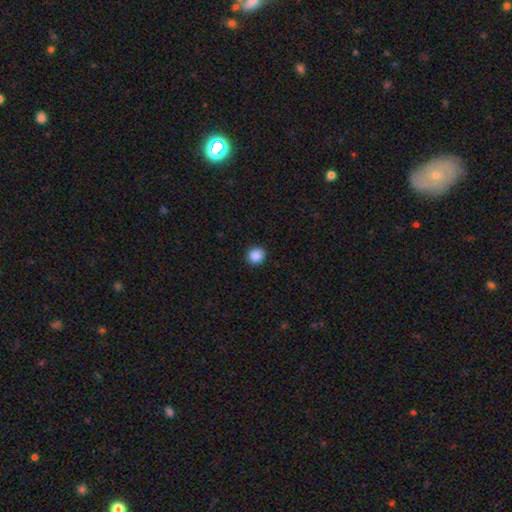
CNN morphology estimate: Smooth or featured? smooth (88%)
How rounded? round (89%)
Merging? none (91%)